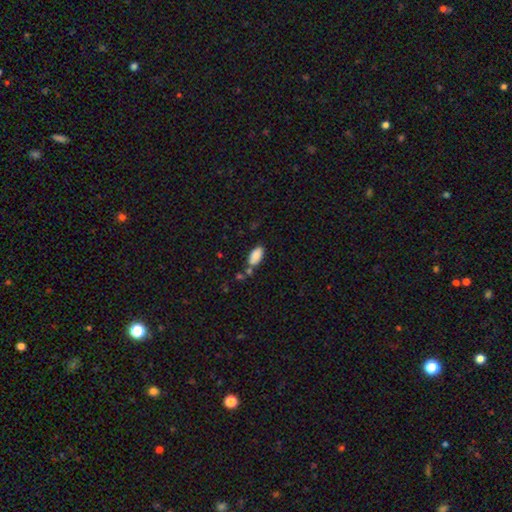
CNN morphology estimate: Smooth or featured? Predicted: smooth (p=0.86). How rounded? Predicted: in between (p=0.93). Merging? Predicted: none (p=0.60).